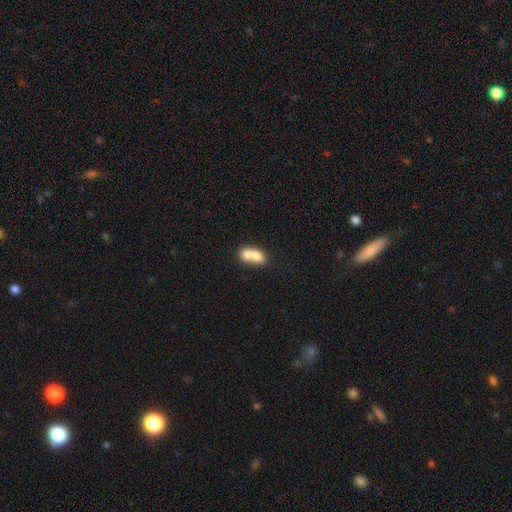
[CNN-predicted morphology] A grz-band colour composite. It shows a smooth galaxy with no disk features (69%) that is in between round and cigar-shaped (56%). Merging: merger (76%).